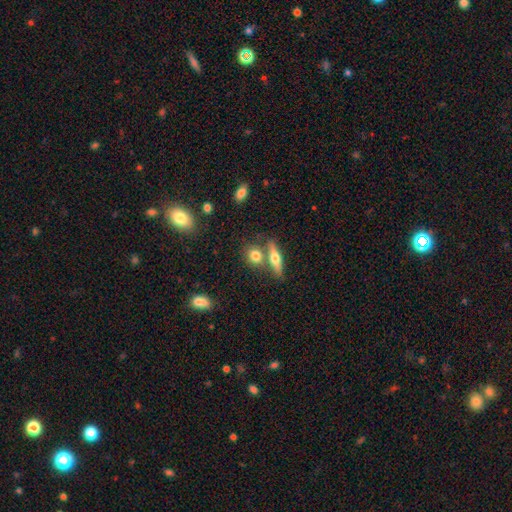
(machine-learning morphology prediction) This appears to be a smooth galaxy with no disk features (73%) that is round (53%). Merging: none (60%).